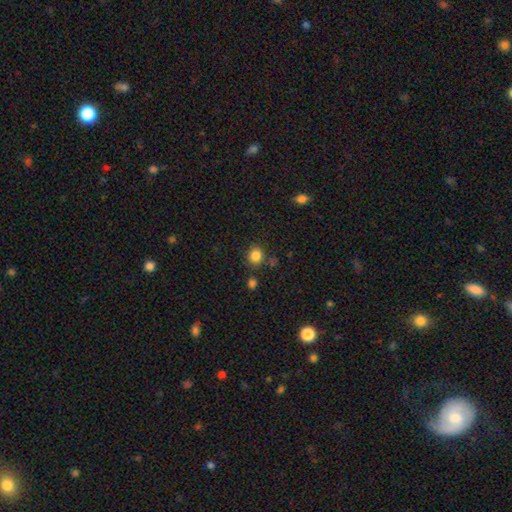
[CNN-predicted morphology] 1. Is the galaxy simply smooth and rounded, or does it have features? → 84% smooth, 11% star or artifact, 5% featured or disk.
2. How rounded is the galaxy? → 78% round, 21% in between, 1% cigar-shaped.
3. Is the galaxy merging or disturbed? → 78% none, 11% minor disturbance, 7% merger, 4% major disturbance.